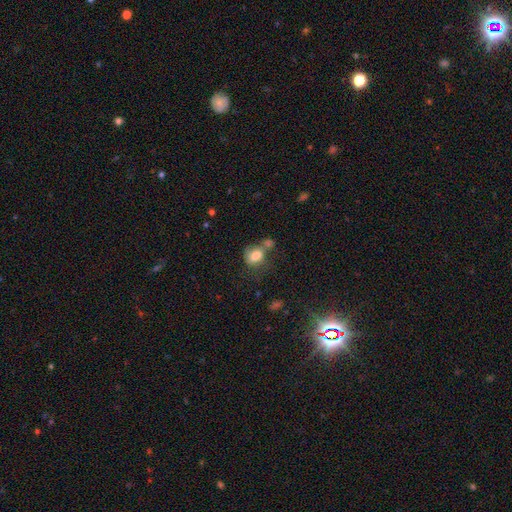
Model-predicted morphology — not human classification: Overall: smooth (78%). How rounded: in between (68%; round 30%). Merging: merger (34%, tied with none).